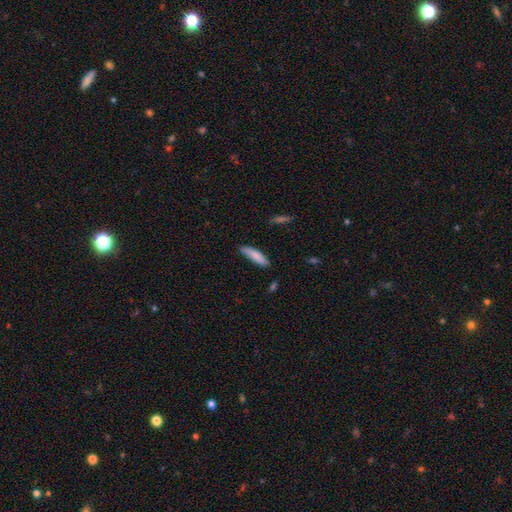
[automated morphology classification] Smooth or featured: smooth — 84% (featured or disk — 10%)
How rounded: cigar-shaped — 66% (in between — 33%)
Merging: none — 78% (minor disturbance — 17%)